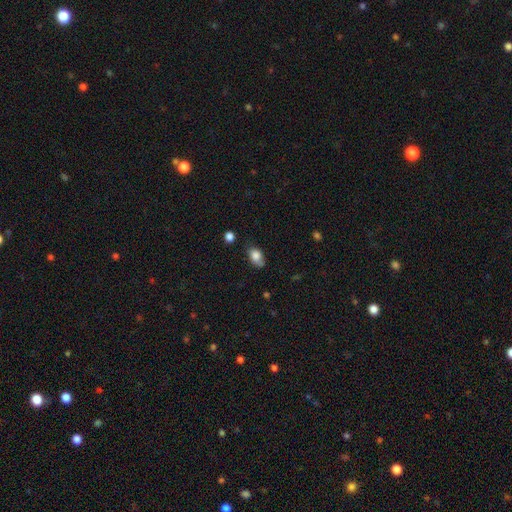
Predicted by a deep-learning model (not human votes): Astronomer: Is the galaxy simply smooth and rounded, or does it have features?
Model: smooth — 81%.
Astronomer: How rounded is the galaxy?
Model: in between — 85%.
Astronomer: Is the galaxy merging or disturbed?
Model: none — 59%.